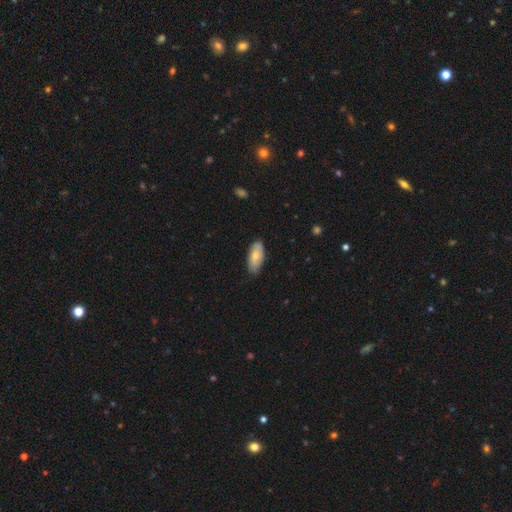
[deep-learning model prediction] This appears to be a smooth galaxy with no disk features (69%) that is in between round and cigar-shaped (89%). Merging: none (75%).